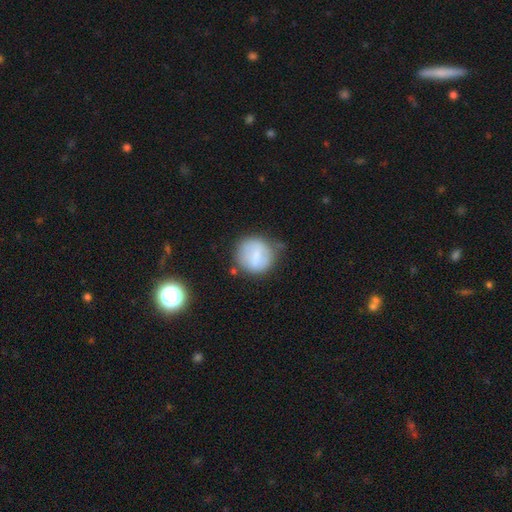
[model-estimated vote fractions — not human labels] Overall: smooth (64%; featured or disk 28%). How rounded: round (87%). Merging: none (63%; minor disturbance 23%).